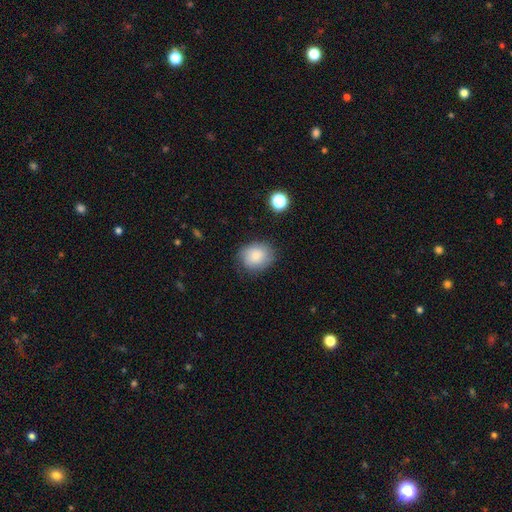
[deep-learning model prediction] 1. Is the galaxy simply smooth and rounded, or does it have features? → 80% smooth, 12% featured or disk, 8% star or artifact.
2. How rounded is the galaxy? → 59% round, 40% in between, 1% cigar-shaped.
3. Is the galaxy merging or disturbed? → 75% none, 18% minor disturbance, 5% major disturbance, 2% merger.